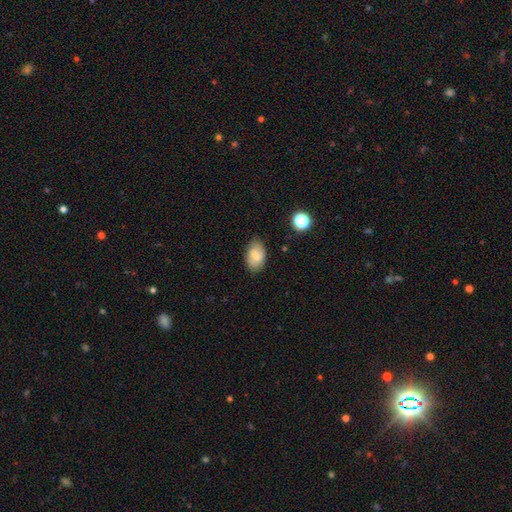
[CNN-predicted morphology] smooth 74%, featured or disk 18%, star or artifact 9%. Down the decision tree: how rounded — in between (89%); merging — none (79%).